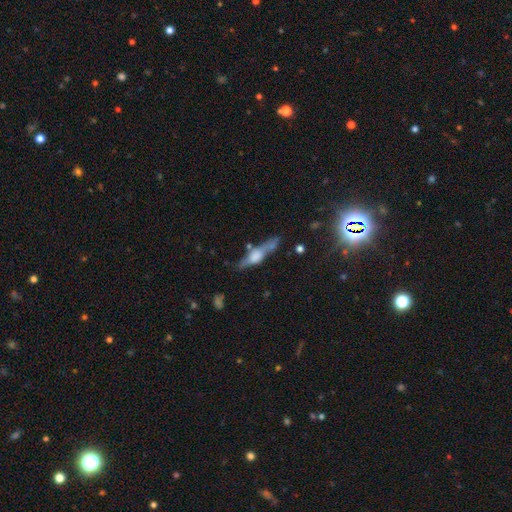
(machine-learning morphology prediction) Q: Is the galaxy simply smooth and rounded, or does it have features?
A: featured or disk — 61%.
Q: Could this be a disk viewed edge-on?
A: yes — 89%.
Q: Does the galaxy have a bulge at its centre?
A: rounded — 68%.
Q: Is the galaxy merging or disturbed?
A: none — 57%.